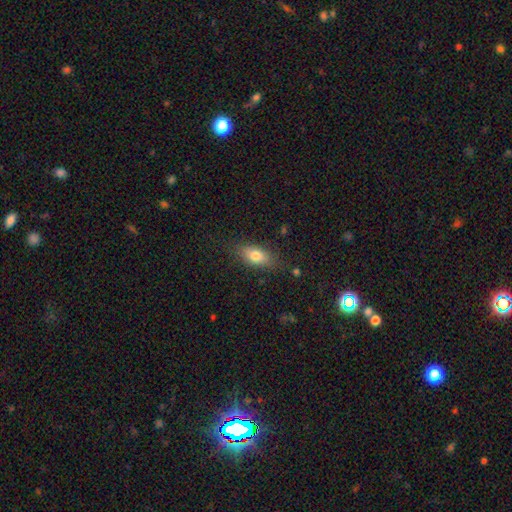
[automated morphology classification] This is likely a smooth galaxy (77%). How rounded: clearly in between (83%). Merging: clearly none (80%).